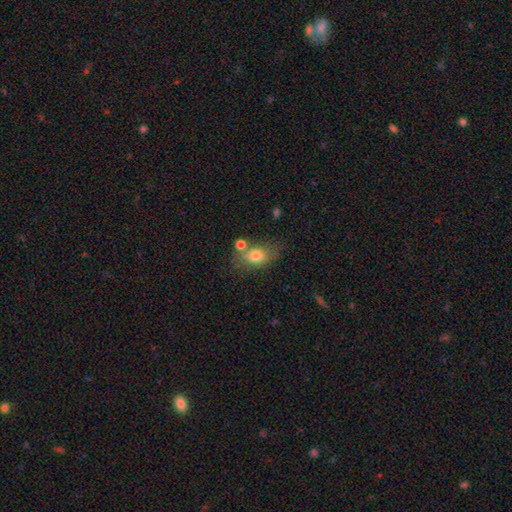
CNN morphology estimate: smooth 76%, featured or disk 14%, star or artifact 9%. Down the decision tree: how rounded — in between (77%); merging — none (57%).